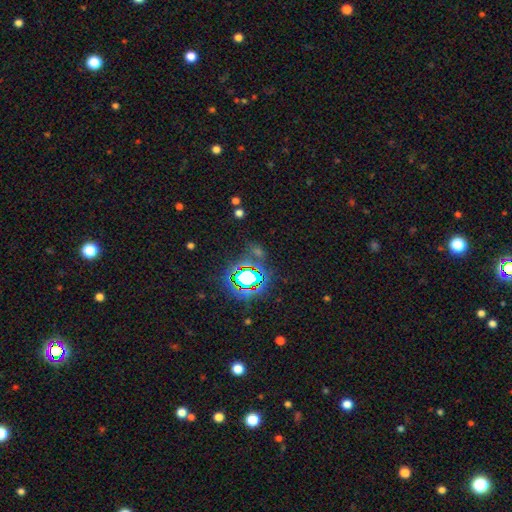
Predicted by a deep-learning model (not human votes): Morphology: type=star or artifact (76%).